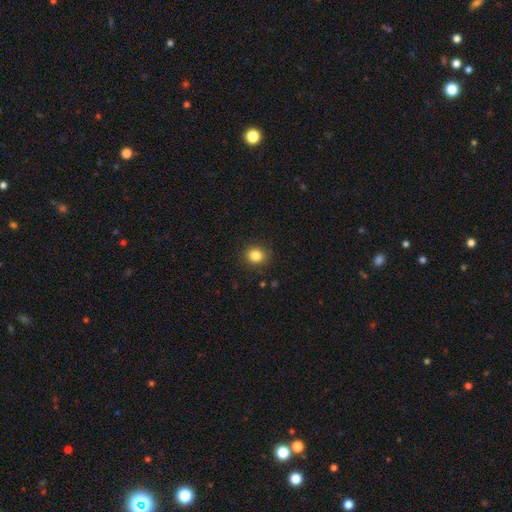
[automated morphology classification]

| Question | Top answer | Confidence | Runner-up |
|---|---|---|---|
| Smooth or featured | smooth | 84% | star or artifact (11%) |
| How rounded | round | 77% | in between (22%) |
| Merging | none | 88% | minor disturbance (8%) |